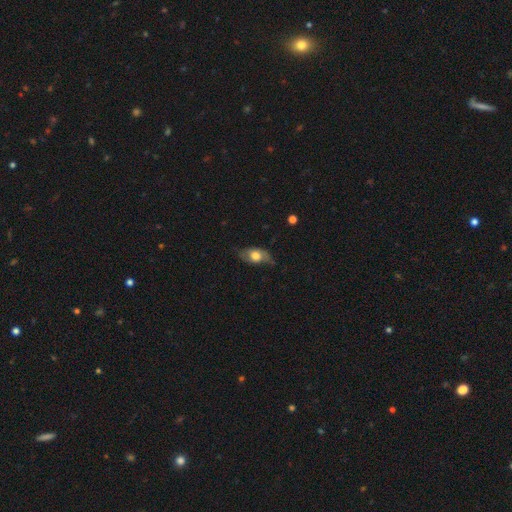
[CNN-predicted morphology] Q: Smooth or featured?
A: smooth (52%); runner-up: featured or disk (41%)
Q: How rounded?
A: in between (82%); runner-up: round (13%)
Q: Merging?
A: none (61%); runner-up: minor disturbance (28%)